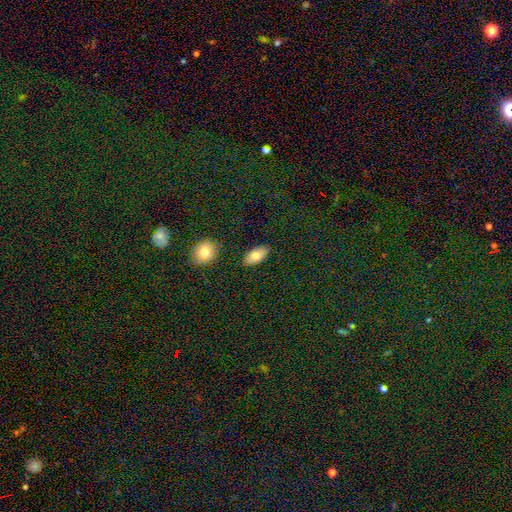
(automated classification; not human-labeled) Smooth or featured?
  - smooth: 79% *
  - featured or disk: 14%
  - star or artifact: 8%
How rounded?
  - in between: 90% *
  - cigar-shaped: 6%
  - round: 4%
Merging?
  - none: 84% *
  - minor disturbance: 11%
  - merger: 2%
  - major disturbance: 2%